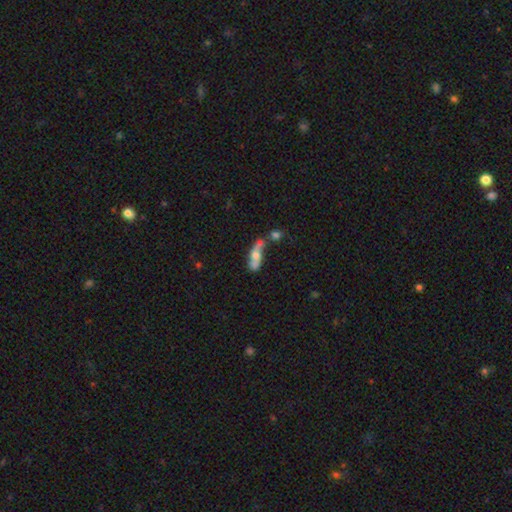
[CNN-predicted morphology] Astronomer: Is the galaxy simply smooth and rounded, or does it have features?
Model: smooth — 48% (runner-up: featured or disk, 42%).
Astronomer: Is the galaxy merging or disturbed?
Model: merger — 49% (runner-up: none, 25%).